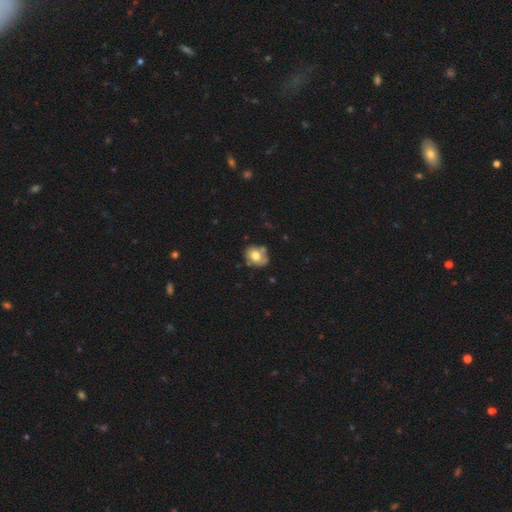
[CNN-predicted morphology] smooth-or-featured: smooth: 69% | featured or disk: 22% | star or artifact: 9%
  how-rounded: round: 57% | in between: 42% | cigar-shaped: 1%
  merging: none: 61% | minor disturbance: 24% | merger: 9% | major disturbance: 6%